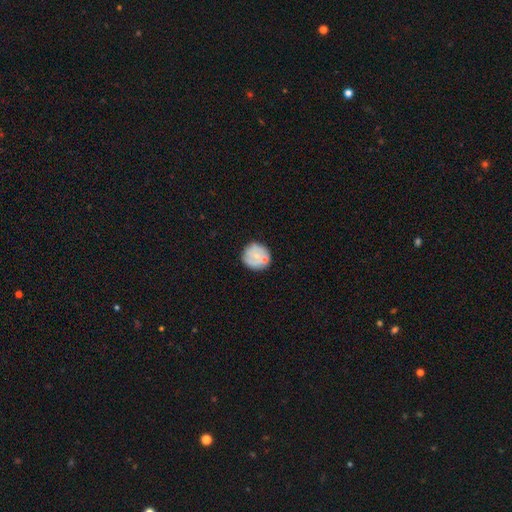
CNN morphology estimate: A smooth galaxy with no disk features (61%) that is round (91%).

Vote fractions:
- Smooth or featured? smooth: 61% / featured or disk: 31% / star or artifact: 7%
- How rounded? round: 91% / in between: 8% / cigar-shaped: 1%
- Merging? none: 69% / minor disturbance: 15% / merger: 11% / major disturbance: 5%